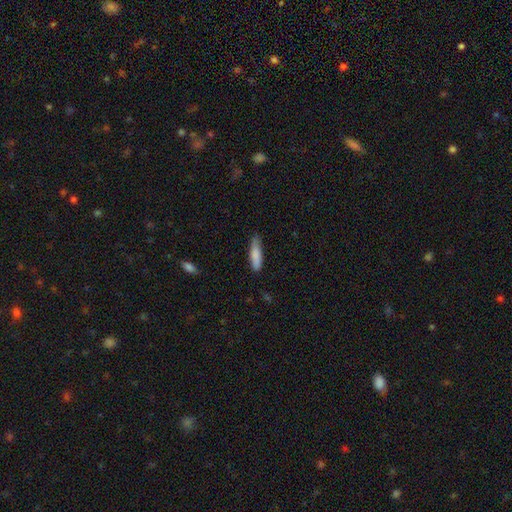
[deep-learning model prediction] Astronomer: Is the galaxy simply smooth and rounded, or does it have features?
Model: smooth — 83%.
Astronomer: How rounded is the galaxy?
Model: cigar-shaped — 69%.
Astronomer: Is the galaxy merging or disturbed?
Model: none — 70%.